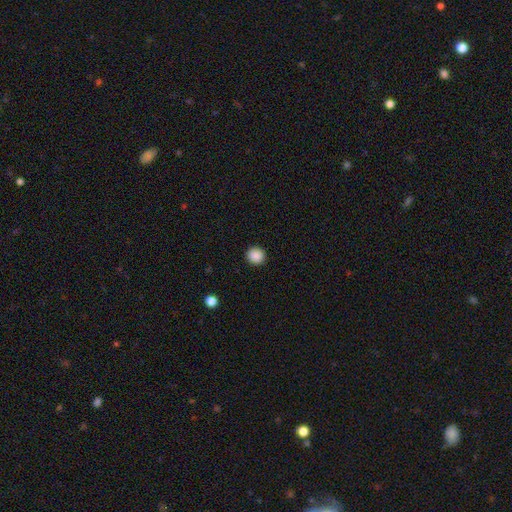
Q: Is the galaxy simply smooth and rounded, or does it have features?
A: smooth — 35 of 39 (90%).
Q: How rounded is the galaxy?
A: round — 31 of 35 (89%).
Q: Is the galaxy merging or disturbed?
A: none — 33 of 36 (92%).